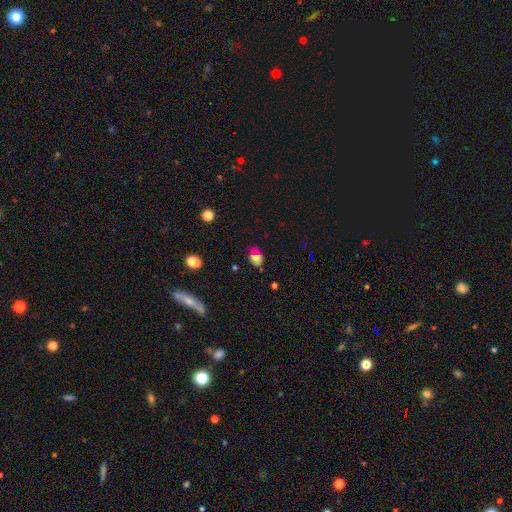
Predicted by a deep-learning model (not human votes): Smooth or featured? smooth (65%)
How rounded? in between (75%)
Merging? none (70%)